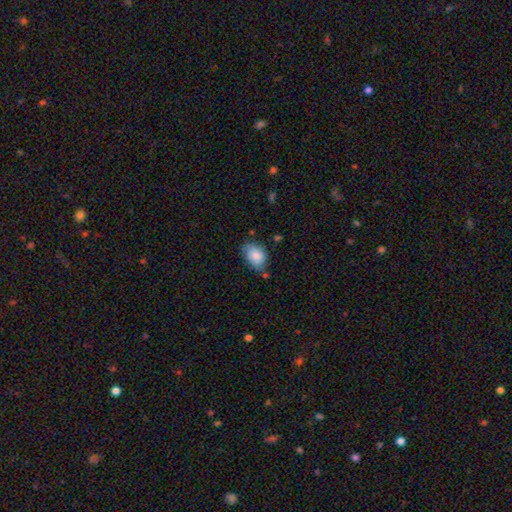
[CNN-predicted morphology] smooth_or_featured: smooth (p=0.82) [alt: featured or disk p=0.11]
how_rounded: in between (p=0.83) [alt: round p=0.16]
merging: none (p=0.60) [alt: minor disturbance p=0.30]